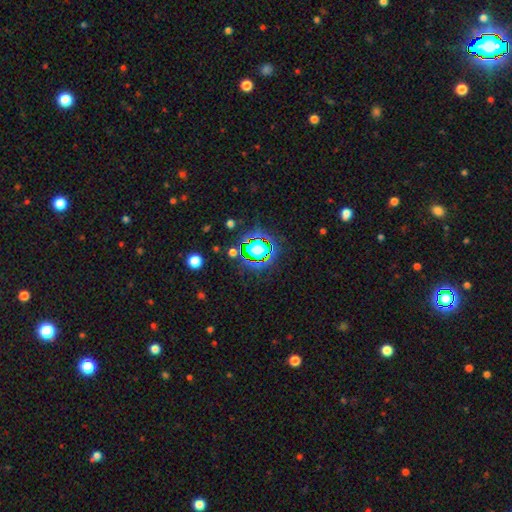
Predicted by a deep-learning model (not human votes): smooth-or-featured: star or artifact: 71% | smooth: 19% | featured or disk: 10%